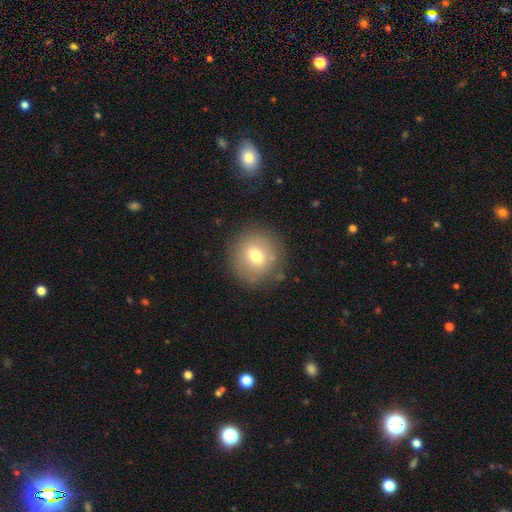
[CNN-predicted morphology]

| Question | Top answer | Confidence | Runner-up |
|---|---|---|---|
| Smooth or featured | smooth | 70% | featured or disk (19%) |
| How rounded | round | 89% | in between (10%) |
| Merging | none | 83% | minor disturbance (11%) |